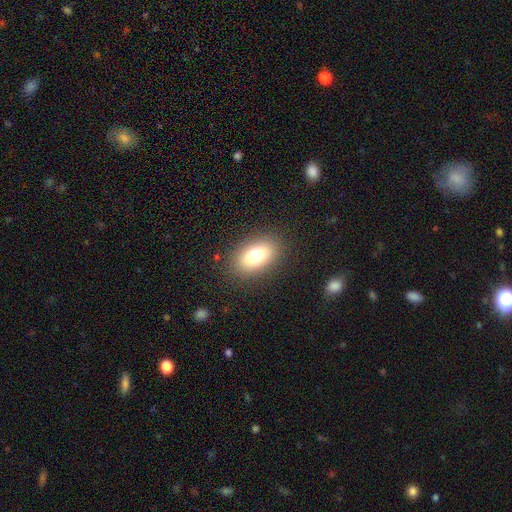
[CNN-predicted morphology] This is likely a smooth galaxy (75%). How rounded: clearly in between (85%). Merging: clearly none (86%).